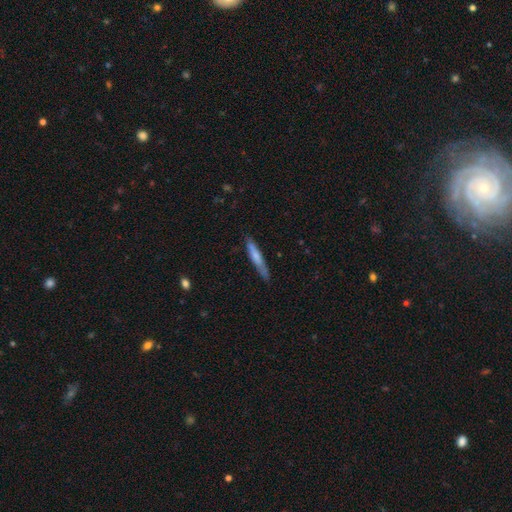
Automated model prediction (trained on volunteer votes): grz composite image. It shows a smooth galaxy with no disk features (64%) that is cigar-shaped (92%). Merging: none (80%).